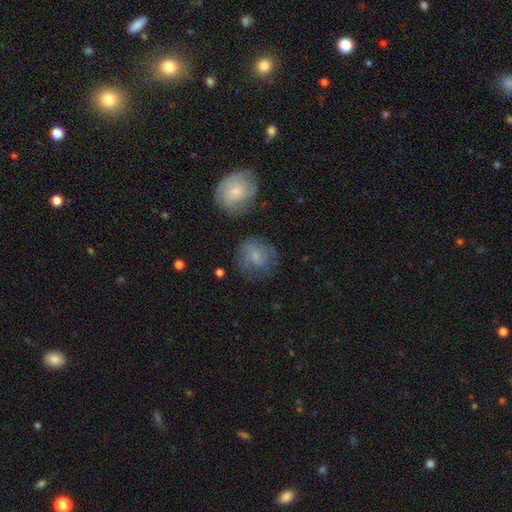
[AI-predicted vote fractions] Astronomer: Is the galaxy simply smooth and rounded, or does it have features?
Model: smooth — 48% (runner-up: featured or disk, 43%).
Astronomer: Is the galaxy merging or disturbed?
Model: none — 65%.